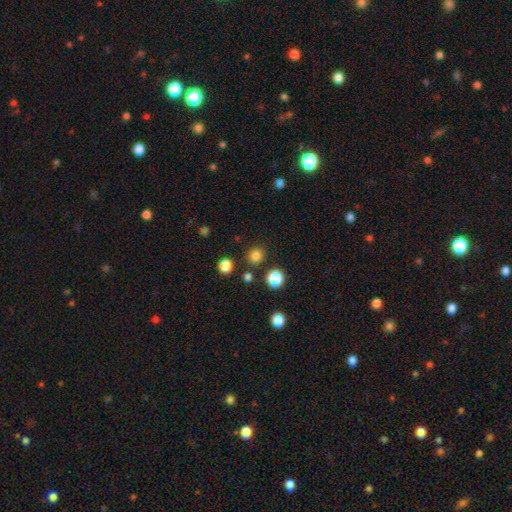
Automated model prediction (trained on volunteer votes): Smooth or featured? smooth (80%)
How rounded? round (89%)
Merging? none (85%)